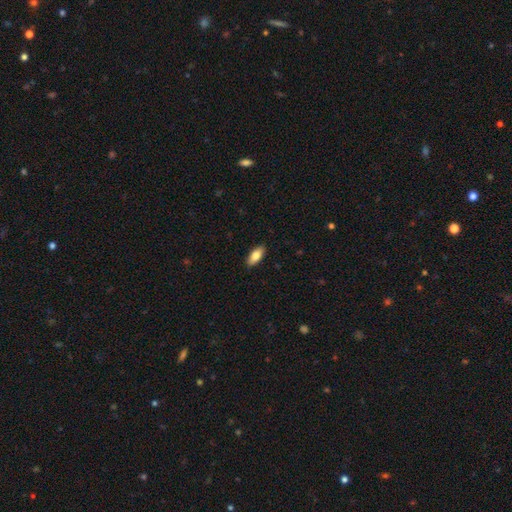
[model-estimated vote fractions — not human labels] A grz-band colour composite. It shows a smooth galaxy with no disk features (80%) that is in between round and cigar-shaped (85%). Merging: none (89%).